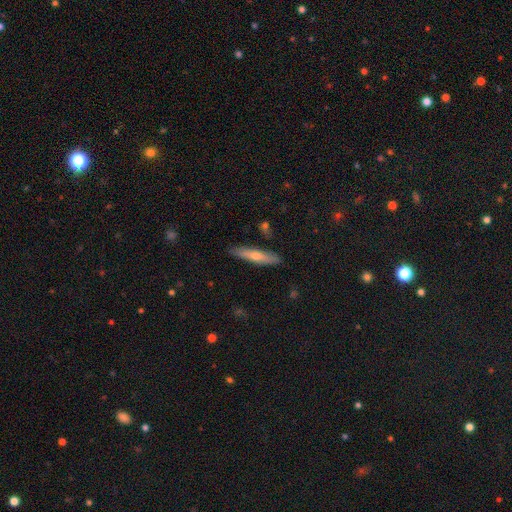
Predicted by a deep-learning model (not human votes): Morphology: type=smooth (51%); roundness=cigar-shaped (87%); merging=none (88%).